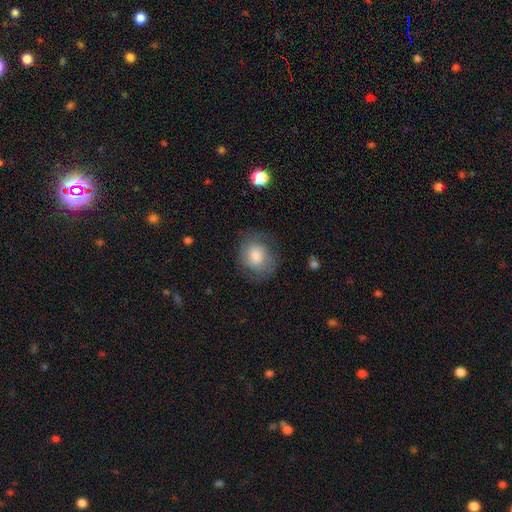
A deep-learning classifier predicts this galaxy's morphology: This appears to be a smooth galaxy with no disk features (66%) that is round (65%). Merging: none (69%).